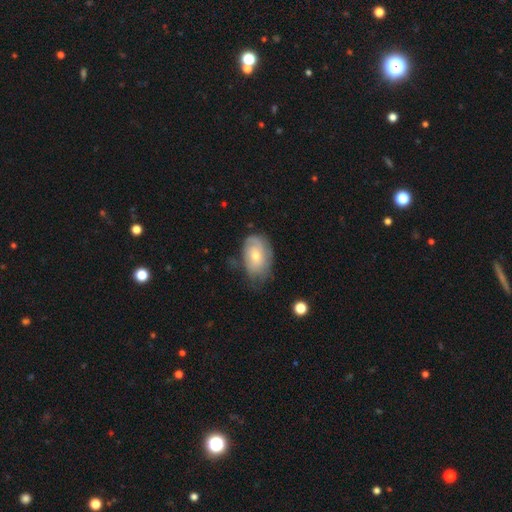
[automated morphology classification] type=featured or disk (50%); merging=none (54%).